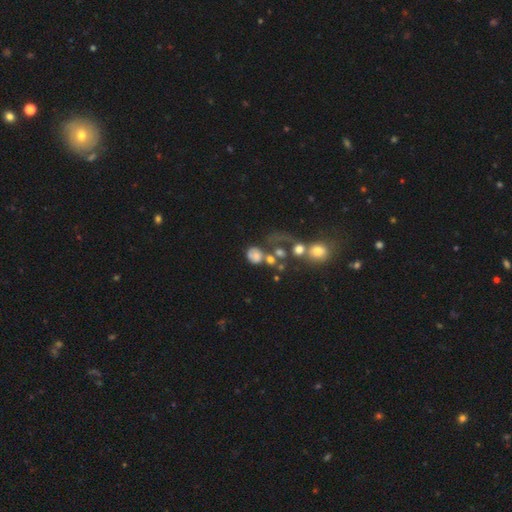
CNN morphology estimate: smooth_or_featured: smooth (p=0.58) [alt: featured or disk p=0.29]
how_rounded: round (p=0.61) [alt: in between p=0.37]
merging: merger (p=0.36) [alt: none p=0.26]